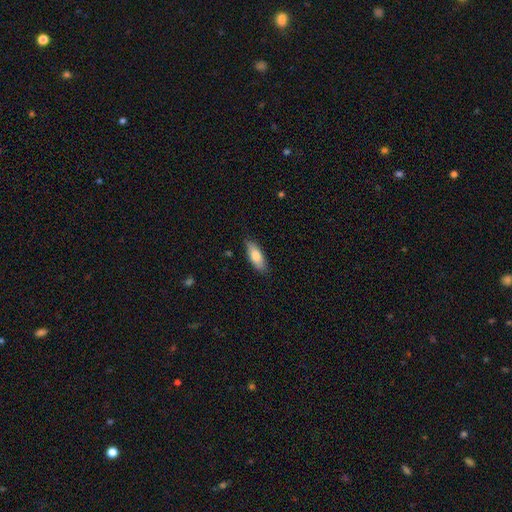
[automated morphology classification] Smooth or featured: smooth — 81% (featured or disk — 14%)
How rounded: in between — 68% (cigar-shaped — 30%)
Merging: none — 83% (minor disturbance — 14%)